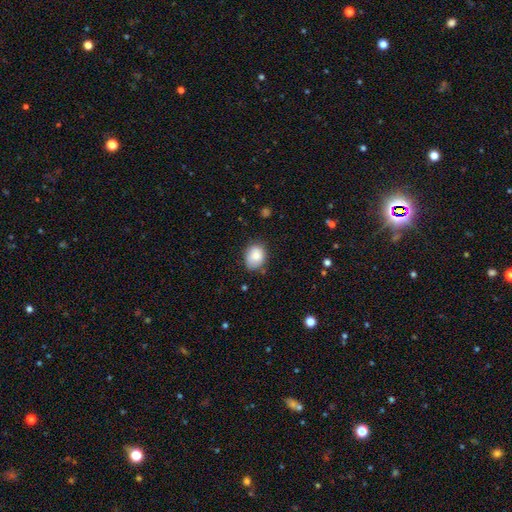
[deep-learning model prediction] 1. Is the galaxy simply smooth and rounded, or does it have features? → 83% smooth, 9% featured or disk, 8% star or artifact.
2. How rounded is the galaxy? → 53% in between, 46% round, 1% cigar-shaped.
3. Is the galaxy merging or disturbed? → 68% none, 24% minor disturbance, 5% major disturbance, 3% merger.